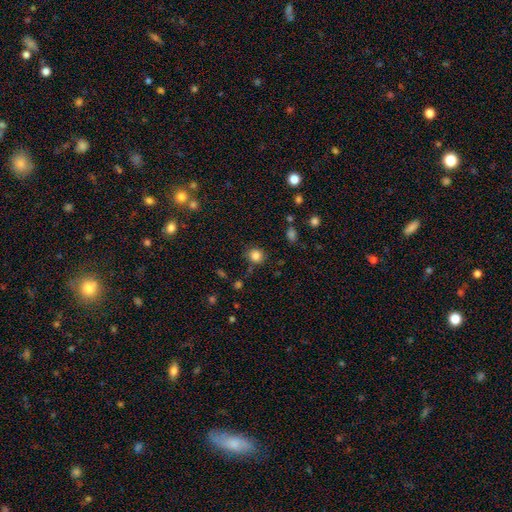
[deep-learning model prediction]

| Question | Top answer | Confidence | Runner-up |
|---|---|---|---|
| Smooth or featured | smooth | 84% | star or artifact (11%) |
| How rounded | round | 81% | in between (18%) |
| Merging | none | 81% | minor disturbance (12%) |